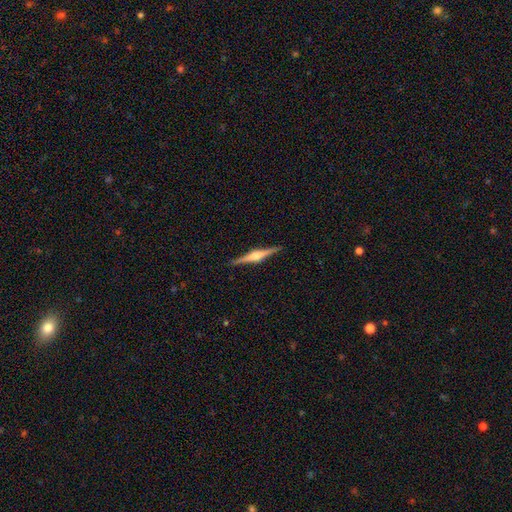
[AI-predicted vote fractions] A featured or disk galaxy (82%) viewed edge-on (98%) with a rounded central bulge (86%).

Vote fractions:
- Smooth or featured? featured or disk: 82% / smooth: 13% / star or artifact: 5%
- Edge-on disk? yes: 98% / no: 2%
- Edge-on bulge? rounded: 86% / boxy: 11% / none: 3%
- Merging? none: 92% / minor disturbance: 6% / major disturbance: 1% / merger: 1%